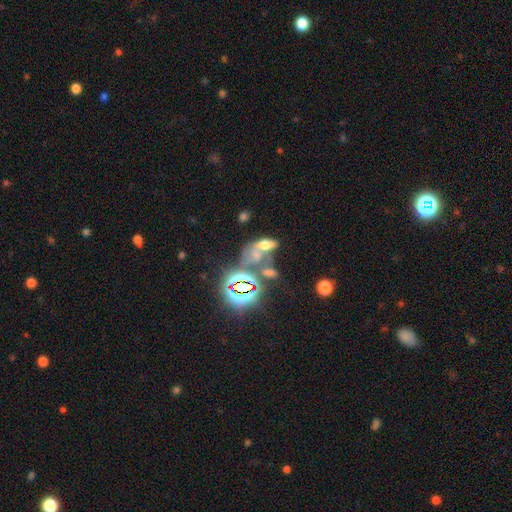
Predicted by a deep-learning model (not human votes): This appears to be a star or artifact, not a galaxy (38%).